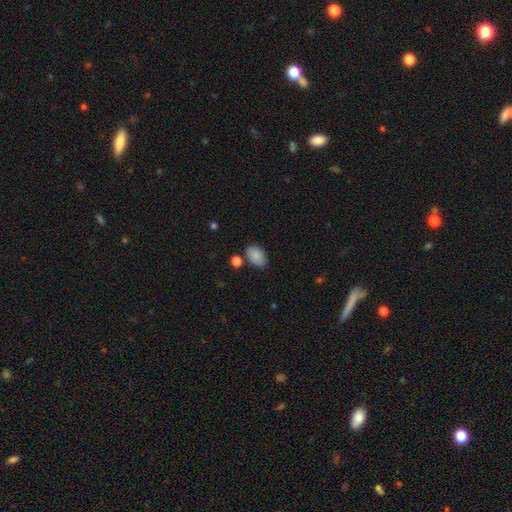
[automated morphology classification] This appears to be a smooth galaxy with no disk features (86%) that is in between round and cigar-shaped (90%). Merging: none (76%).